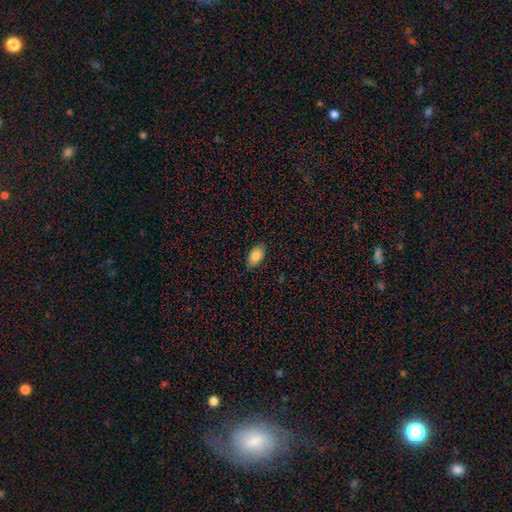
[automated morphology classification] smooth_or_featured: smooth (p=0.85) [alt: featured or disk p=0.08]
how_rounded: in between (p=0.93) [alt: round p=0.05]
merging: none (p=0.87) [alt: minor disturbance p=0.10]